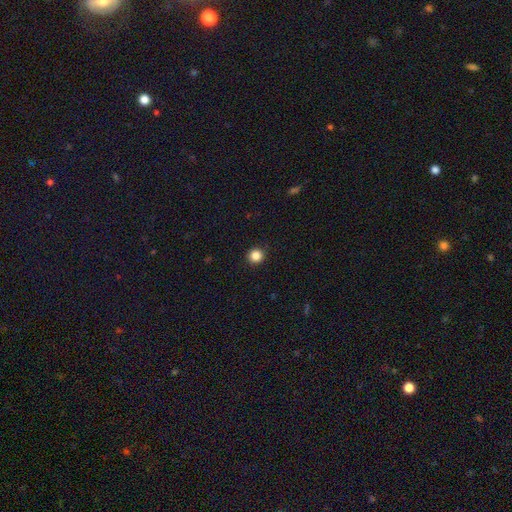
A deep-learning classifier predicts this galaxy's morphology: Q: Smooth or featured?
A: smooth (85%); runner-up: star or artifact (11%)
Q: How rounded?
A: round (94%); runner-up: in between (5%)
Q: Merging?
A: none (93%); runner-up: minor disturbance (4%)